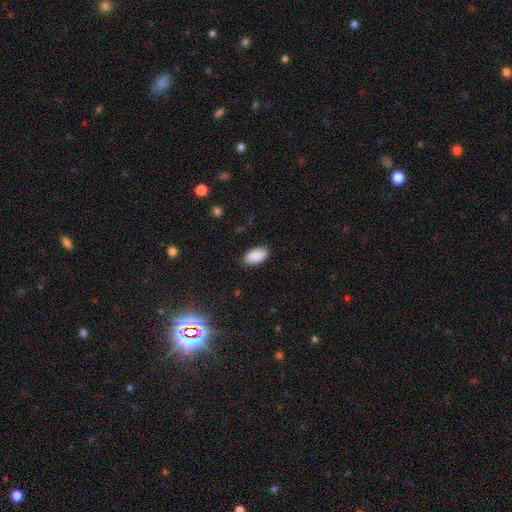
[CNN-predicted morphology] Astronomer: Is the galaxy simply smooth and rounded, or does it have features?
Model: smooth — 90%.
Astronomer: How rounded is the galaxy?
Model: in between — 95%.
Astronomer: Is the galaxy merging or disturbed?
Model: none — 87%.